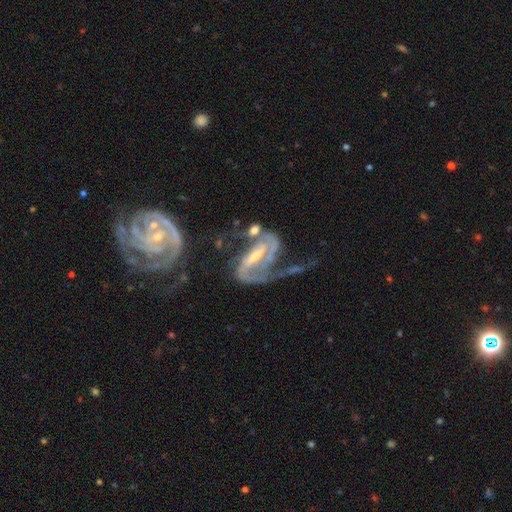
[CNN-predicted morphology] Overall: featured or disk (88%). Edge-on disk: no (95%). Bar: strong (53%; weak 34%). Spiral arms: yes (95%). Spiral arm count: 2 (83%). Spiral winding: medium (48%; loose 26%). Bulge size: small (48%; moderate 36%). Merging: none (31%; major disturbance 30%).